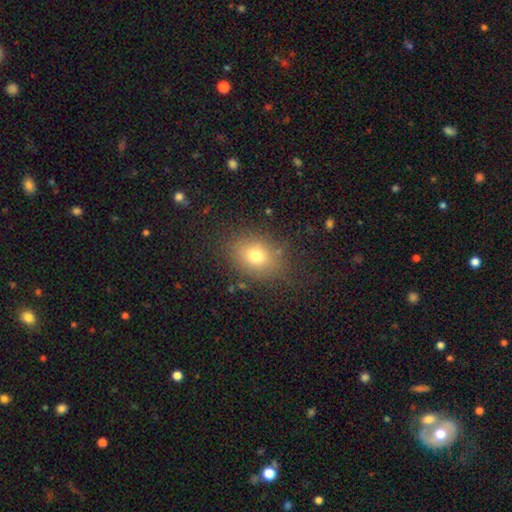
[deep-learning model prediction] Q: Smooth or featured?
A: smooth (74%); runner-up: star or artifact (14%)
Q: How rounded?
A: in between (59%); runner-up: round (40%)
Q: Merging?
A: none (78%); runner-up: minor disturbance (14%)